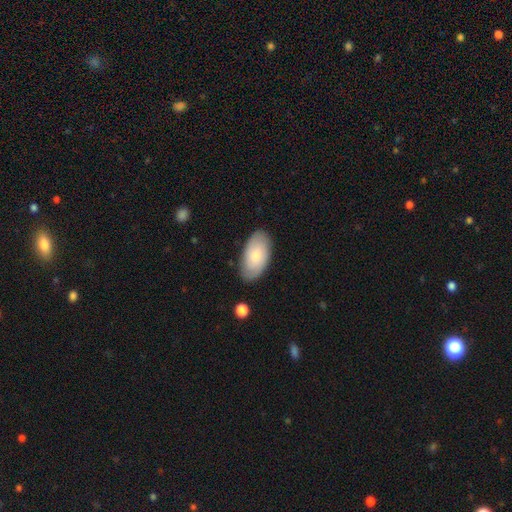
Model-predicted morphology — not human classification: Smooth or featured?
  - smooth: 71% *
  - featured or disk: 23%
  - star or artifact: 6%
How rounded?
  - in between: 95% *
  - round: 3%
  - cigar-shaped: 2%
Merging?
  - none: 82% *
  - minor disturbance: 13%
  - major disturbance: 3%
  - merger: 2%